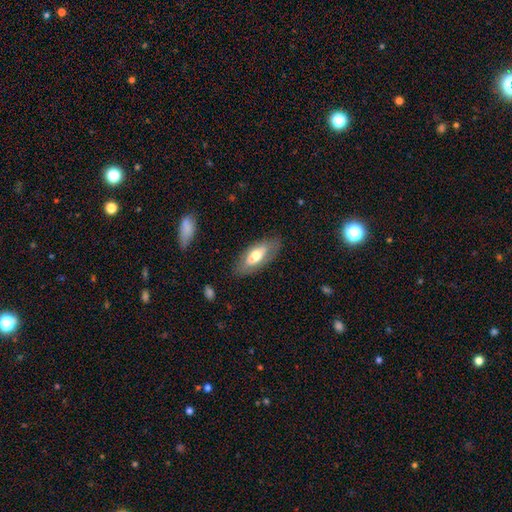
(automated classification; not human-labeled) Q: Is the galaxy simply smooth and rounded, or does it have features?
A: smooth — 58%.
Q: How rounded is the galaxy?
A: in between — 81%.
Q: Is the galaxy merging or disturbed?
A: none — 80%.